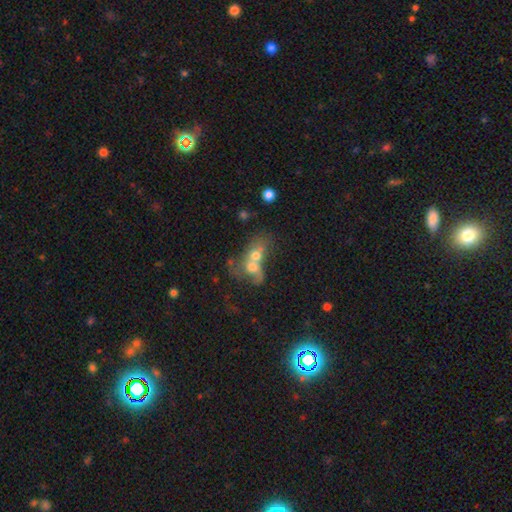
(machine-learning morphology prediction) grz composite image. It shows a smooth galaxy with no disk features (57%) that is in between round and cigar-shaped (56%). Merging: merger (81%).